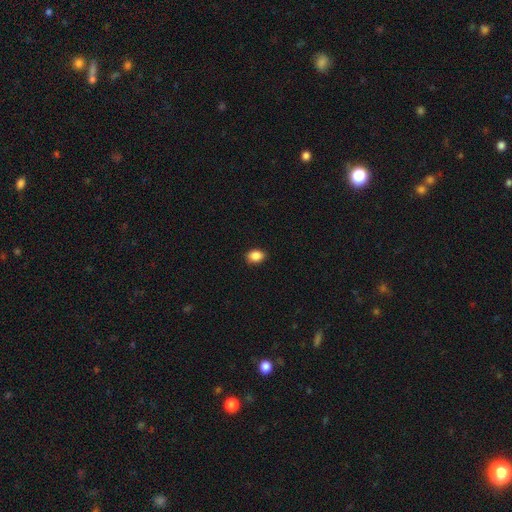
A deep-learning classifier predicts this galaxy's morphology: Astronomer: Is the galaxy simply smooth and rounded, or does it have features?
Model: smooth — 88%.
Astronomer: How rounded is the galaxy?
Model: in between — 70%.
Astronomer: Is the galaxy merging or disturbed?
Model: none — 88%.